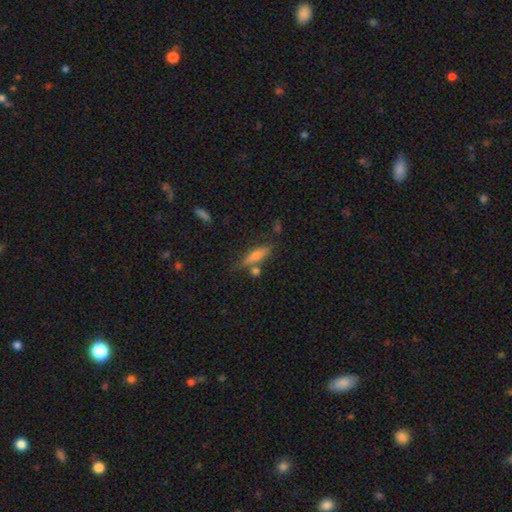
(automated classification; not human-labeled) A smooth galaxy with no disk features (60%) that is cigar-shaped (71%). Merging: none (66%).